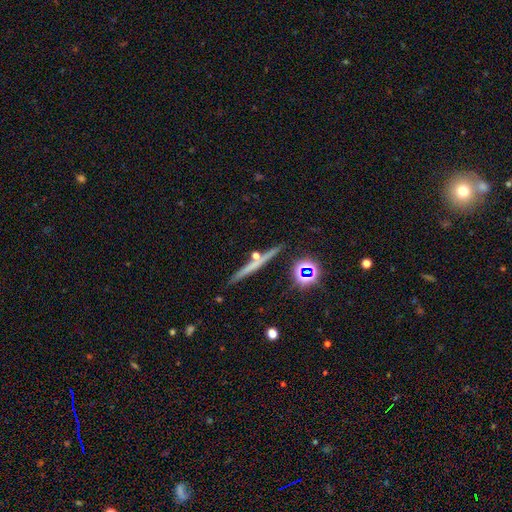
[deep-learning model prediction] Overall: featured or disk (43%; smooth 42%). Merging: none (79%).